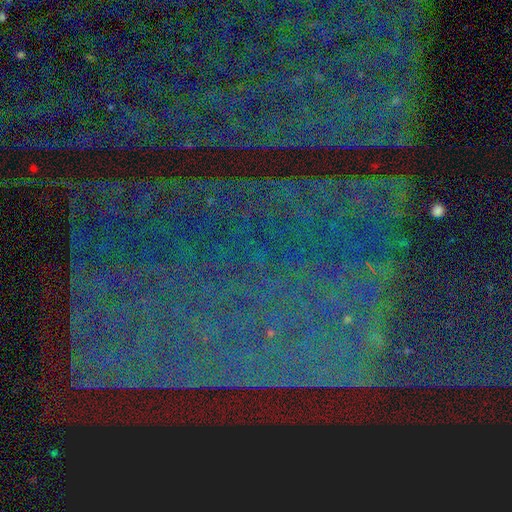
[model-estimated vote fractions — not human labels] A star or artifact, not a galaxy (87%).